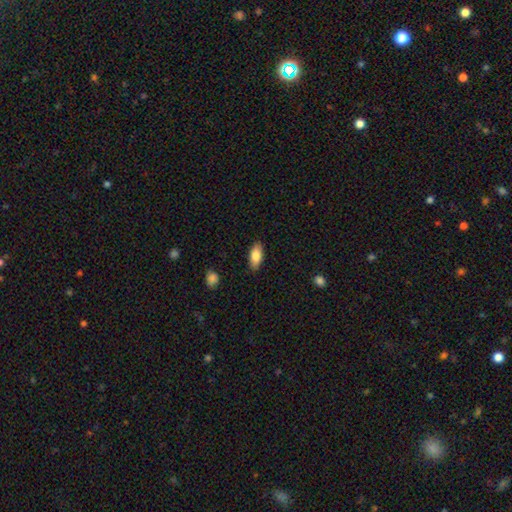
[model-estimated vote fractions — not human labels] smooth_or_featured: smooth (p=0.85) [alt: featured or disk p=0.09]
how_rounded: in between (p=0.87) [alt: cigar-shaped p=0.10]
merging: none (p=0.86) [alt: minor disturbance p=0.10]